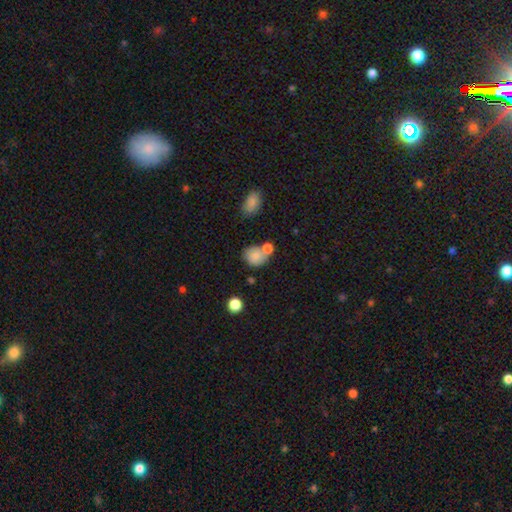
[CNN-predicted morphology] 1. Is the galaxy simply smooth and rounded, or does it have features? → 80% smooth, 11% featured or disk, 9% star or artifact.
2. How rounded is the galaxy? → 63% round, 36% in between, 1% cigar-shaped.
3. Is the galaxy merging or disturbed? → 44% none, 31% merger, 18% minor disturbance, 7% major disturbance.